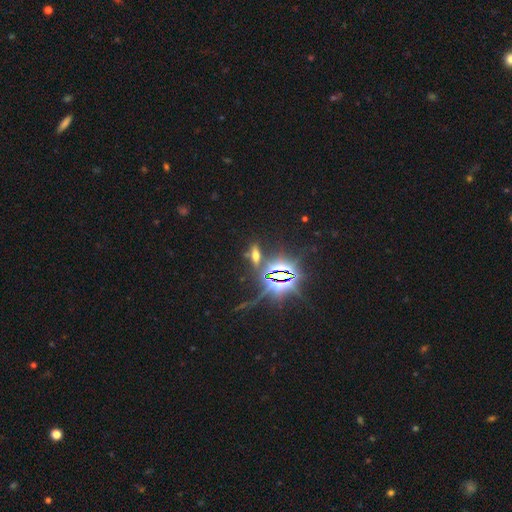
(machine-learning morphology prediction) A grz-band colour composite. It shows a star or artifact, not a galaxy (51%).